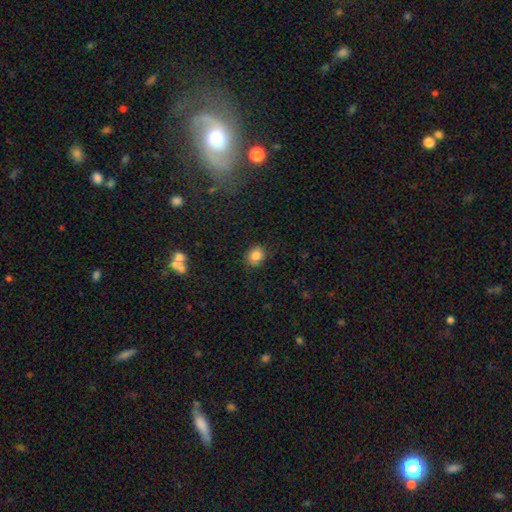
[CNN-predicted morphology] Smooth or featured? Predicted: smooth (p=0.84). How rounded? Predicted: round (p=0.58). Merging? Predicted: none (p=0.84).